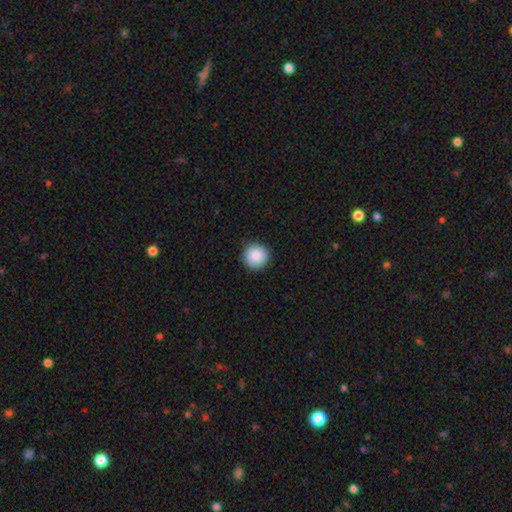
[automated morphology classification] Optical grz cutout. It shows a smooth galaxy with no disk features (89%) that is round (95%). Merging: none (91%).